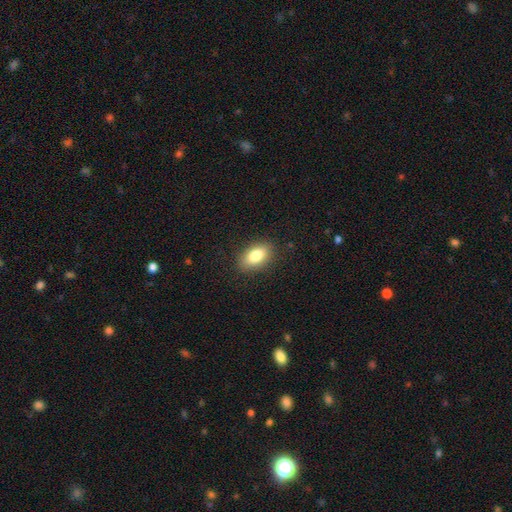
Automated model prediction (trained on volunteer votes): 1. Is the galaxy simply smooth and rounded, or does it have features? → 83% smooth, 9% featured or disk, 8% star or artifact.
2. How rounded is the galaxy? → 90% in between, 7% round, 3% cigar-shaped.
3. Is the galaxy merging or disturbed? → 87% none, 10% minor disturbance, 3% major disturbance, 1% merger.